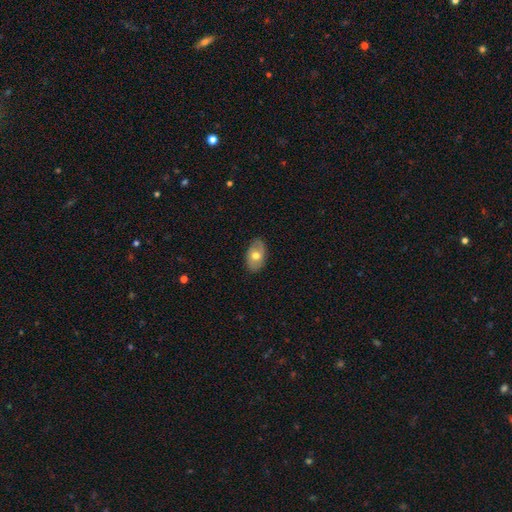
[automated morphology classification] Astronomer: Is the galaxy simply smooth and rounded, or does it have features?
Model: smooth — 61%.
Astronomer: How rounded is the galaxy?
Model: in between — 89%.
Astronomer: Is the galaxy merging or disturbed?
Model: none — 82%.